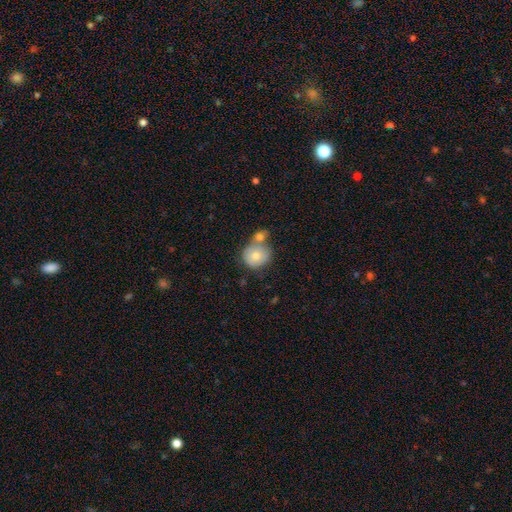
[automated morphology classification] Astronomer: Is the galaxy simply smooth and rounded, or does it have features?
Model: smooth — 77%.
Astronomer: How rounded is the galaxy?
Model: round — 84%.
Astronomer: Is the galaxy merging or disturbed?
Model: merger — 43% (runner-up: none, 41%).